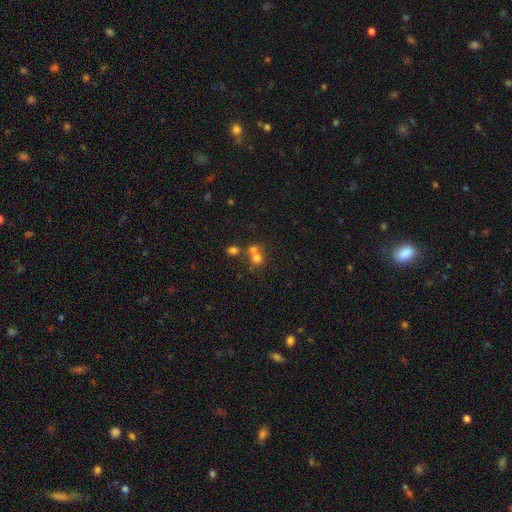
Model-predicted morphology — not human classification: Smooth or featured?
  - smooth: 68% *
  - star or artifact: 17%
  - featured or disk: 15%
How rounded?
  - round: 78% *
  - in between: 21%
  - cigar-shaped: 1%
Merging?
  - merger: 54% *
  - none: 35%
  - minor disturbance: 6%
  - major disturbance: 4%